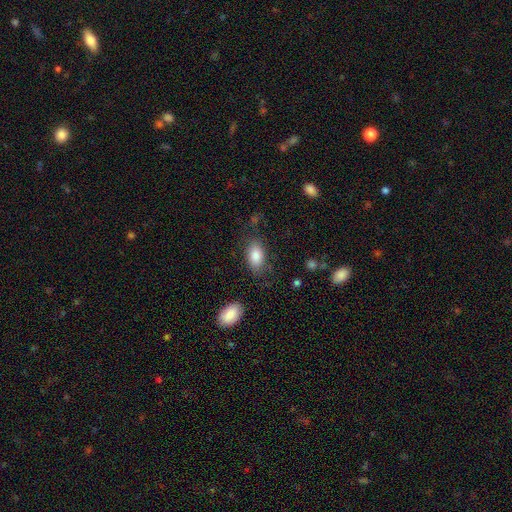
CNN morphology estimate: Q: Smooth or featured?
A: smooth (85%); runner-up: featured or disk (8%)
Q: How rounded?
A: in between (92%); runner-up: round (6%)
Q: Merging?
A: none (76%); runner-up: minor disturbance (16%)